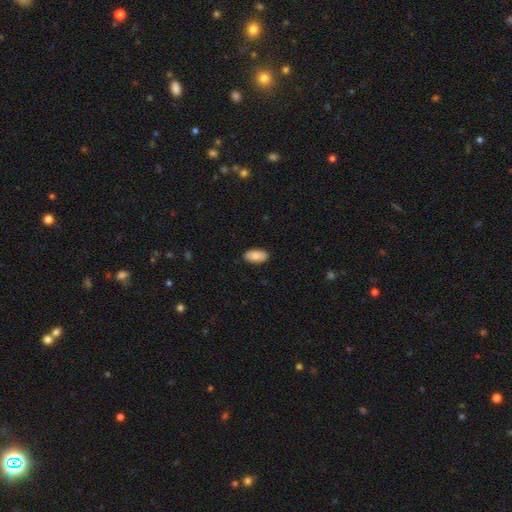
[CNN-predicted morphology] This is clearly a smooth galaxy (84%). How rounded: clearly in between (94%). Merging: clearly none (87%).